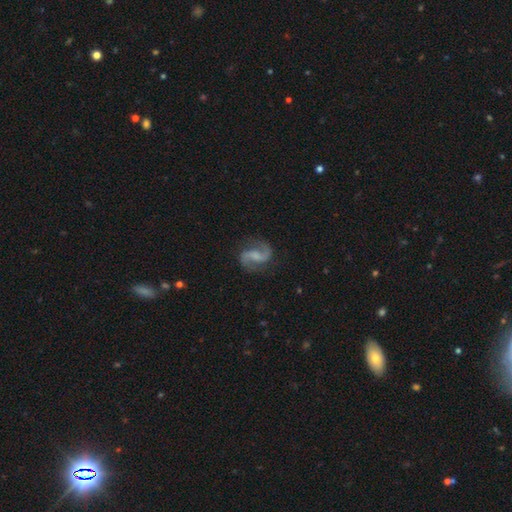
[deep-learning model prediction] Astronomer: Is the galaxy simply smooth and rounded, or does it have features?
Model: featured or disk — 87%.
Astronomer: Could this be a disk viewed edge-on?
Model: no — 98%.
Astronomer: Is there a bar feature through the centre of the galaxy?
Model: weak — 46% (runner-up: no, 35%).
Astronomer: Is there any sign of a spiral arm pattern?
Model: yes — 97%.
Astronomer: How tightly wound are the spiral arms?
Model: medium — 47% (runner-up: loose, 42%).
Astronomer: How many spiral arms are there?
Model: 2 — 93%.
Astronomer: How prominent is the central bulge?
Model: none — 41% (runner-up: small, 31%).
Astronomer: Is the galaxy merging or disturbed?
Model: none — 79%.